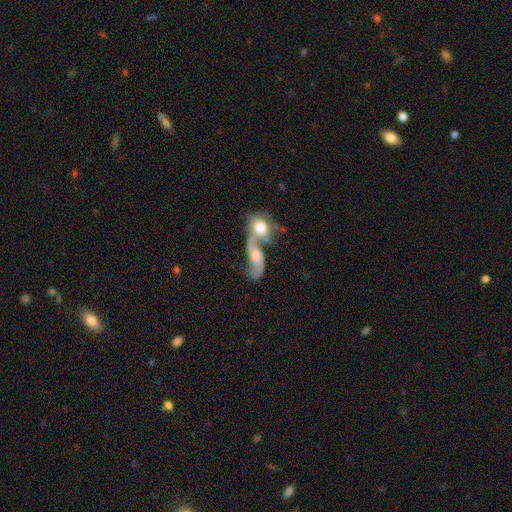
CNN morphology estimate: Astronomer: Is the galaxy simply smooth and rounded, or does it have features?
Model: featured or disk — 69%.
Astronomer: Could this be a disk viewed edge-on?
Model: no — 94%.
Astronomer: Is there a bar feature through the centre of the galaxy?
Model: no — 60%.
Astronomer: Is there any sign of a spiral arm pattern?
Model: yes — 85%.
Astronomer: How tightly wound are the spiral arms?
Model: loose — 71%.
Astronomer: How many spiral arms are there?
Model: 2 — 84%.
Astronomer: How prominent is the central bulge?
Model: moderate — 41% (runner-up: small, 38%).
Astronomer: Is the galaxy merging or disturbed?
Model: merger — 66%.